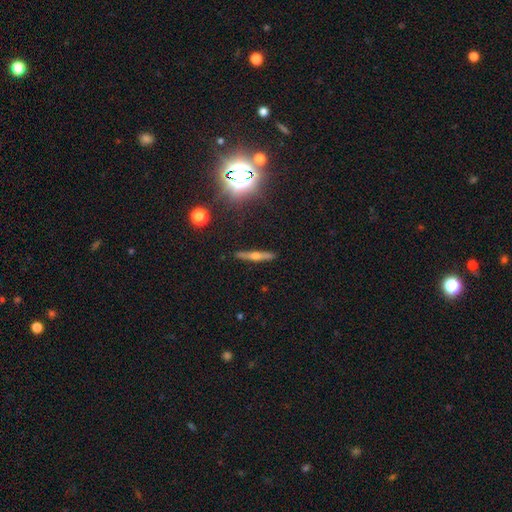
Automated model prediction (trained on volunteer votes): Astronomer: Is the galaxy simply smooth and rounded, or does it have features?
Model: featured or disk — 59%.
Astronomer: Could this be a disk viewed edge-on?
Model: yes — 95%.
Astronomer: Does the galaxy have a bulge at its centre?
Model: rounded — 89%.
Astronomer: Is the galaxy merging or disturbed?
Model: none — 89%.